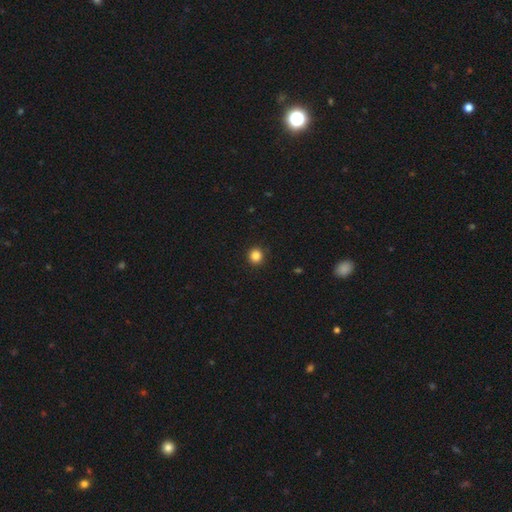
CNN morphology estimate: Smooth or featured? Predicted: smooth (p=0.84). How rounded? Predicted: round (p=0.94). Merging? Predicted: none (p=0.93).